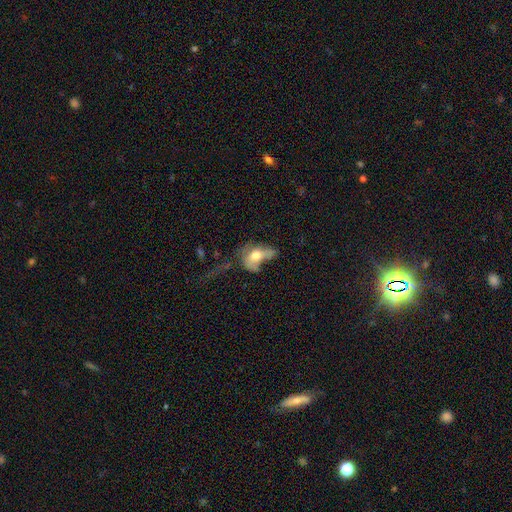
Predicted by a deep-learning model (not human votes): Overall: smooth (54%; featured or disk 36%). How rounded: in between (78%). Merging: major disturbance (50%; minor disturbance 18%).